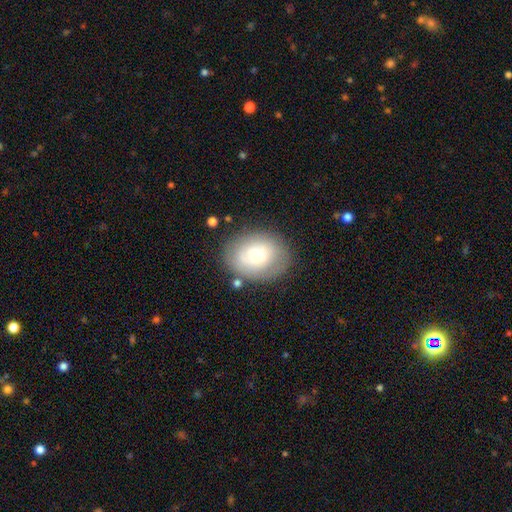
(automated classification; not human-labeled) smooth 52%, featured or disk 37%, star or artifact 11%. Down the decision tree: how rounded — in between (56%); merging — none (79%).